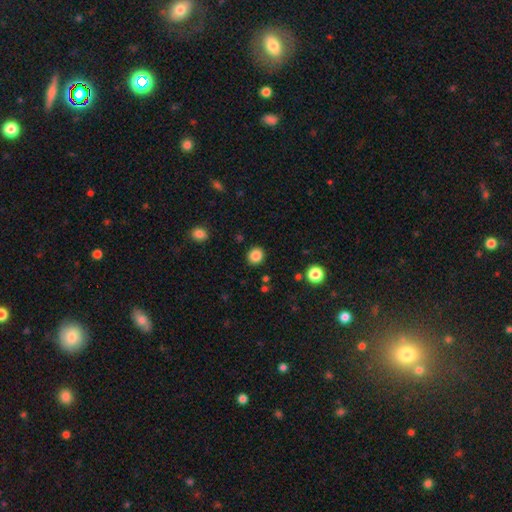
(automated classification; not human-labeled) Smooth or featured? Predicted: smooth (p=0.86). How rounded? Predicted: round (p=0.87). Merging? Predicted: none (p=0.90).